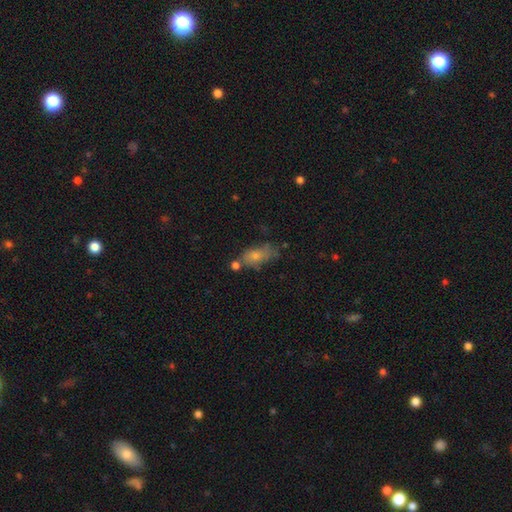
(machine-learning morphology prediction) smooth_or_featured: smooth (p=0.69) [alt: featured or disk p=0.21]
how_rounded: in between (p=0.85) [alt: cigar-shaped p=0.08]
merging: none (p=0.40) [alt: minor disturbance p=0.26]